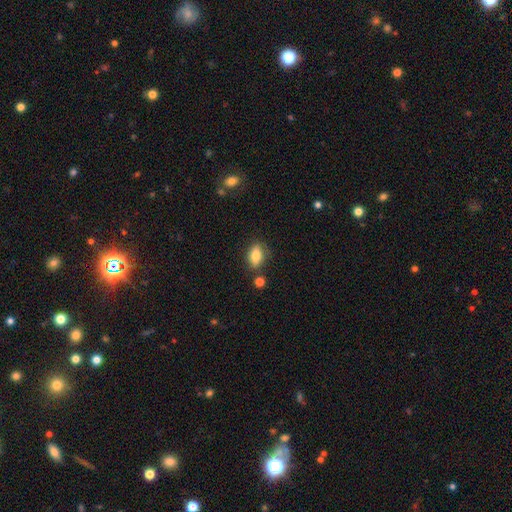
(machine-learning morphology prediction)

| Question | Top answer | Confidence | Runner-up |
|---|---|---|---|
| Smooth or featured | smooth | 80% | featured or disk (12%) |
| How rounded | in between | 84% | round (9%) |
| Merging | none | 76% | minor disturbance (15%) |